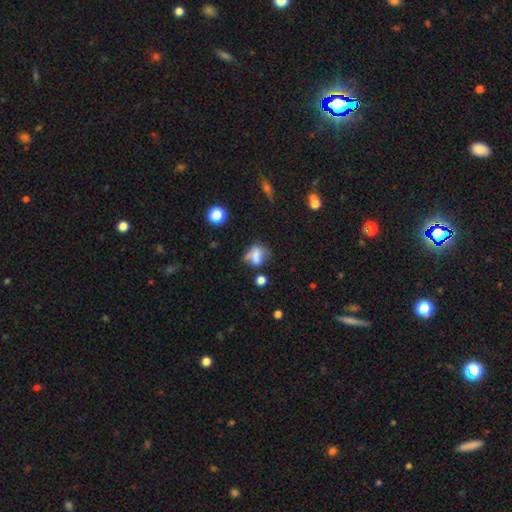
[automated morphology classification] Smooth or featured?
  - smooth: 64% *
  - featured or disk: 23%
  - star or artifact: 13%
How rounded?
  - in between: 53% *
  - round: 44%
  - cigar-shaped: 3%
Merging?
  - none: 39% *
  - minor disturbance: 29%
  - major disturbance: 17%
  - merger: 15%